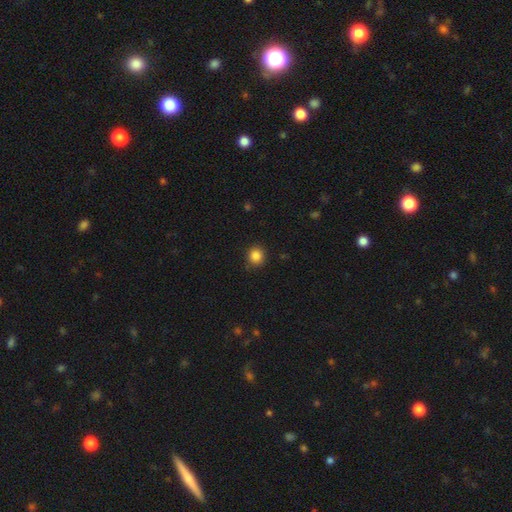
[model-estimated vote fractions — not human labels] This is clearly a smooth galaxy (85%). How rounded: clearly round (89%). Merging: clearly none (87%).